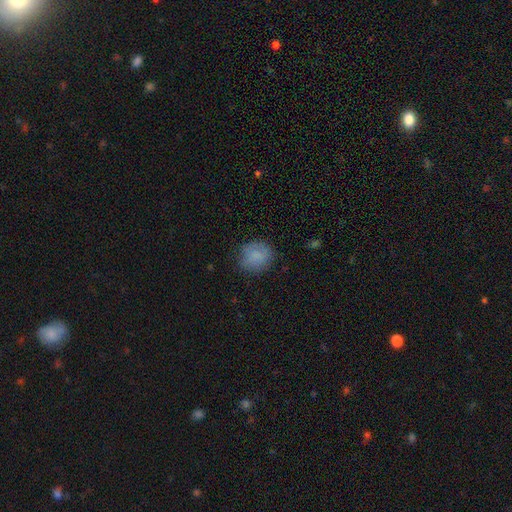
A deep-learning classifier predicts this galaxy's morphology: Smooth or featured? Predicted: smooth (p=0.81). How rounded? Predicted: round (p=0.81). Merging? Predicted: none (p=0.78).